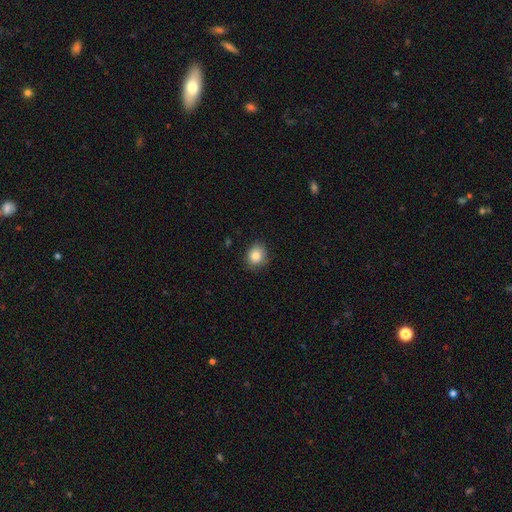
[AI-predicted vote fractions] The model was most divided on "how rounded": round: 72%, in between: 27%, cigar-shaped: 1%. More confident: smooth or featured — smooth (84%); merging — none (82%).